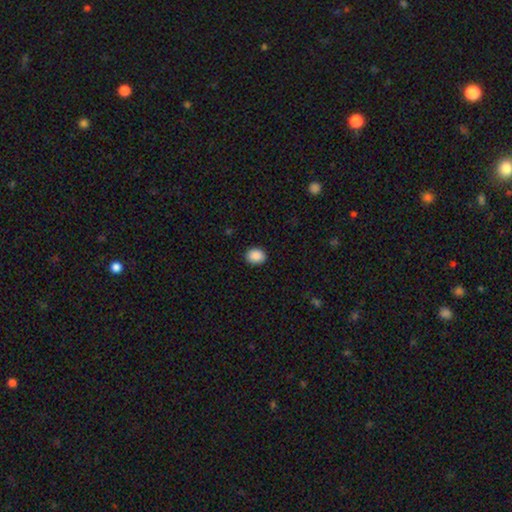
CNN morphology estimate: Smooth or featured? smooth (89%)
How rounded? in between (54%)
Merging? none (90%)